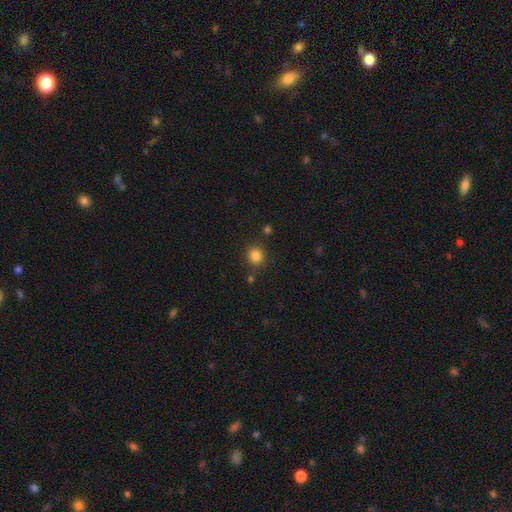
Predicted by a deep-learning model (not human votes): Overall: smooth (84%). How rounded: round (86%). Merging: none (82%).